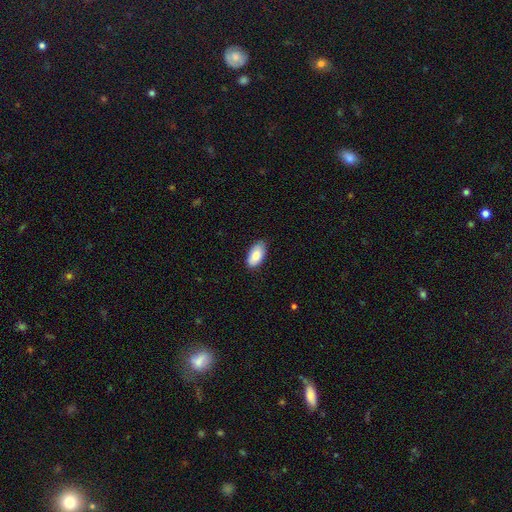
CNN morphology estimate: Smooth or featured? smooth (83%)
How rounded? in between (94%)
Merging? none (82%)